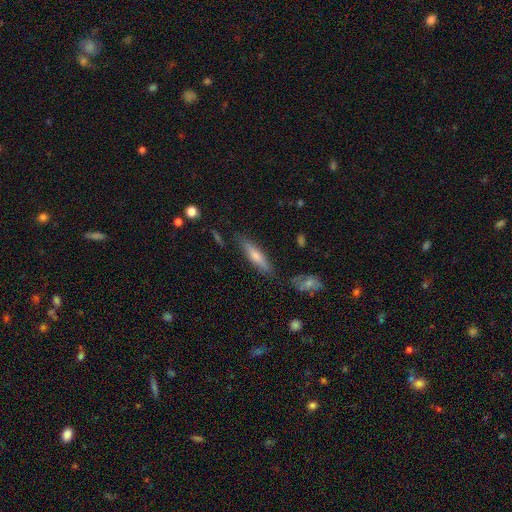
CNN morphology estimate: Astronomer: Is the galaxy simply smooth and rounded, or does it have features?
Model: smooth — 54% (runner-up: featured or disk, 38%).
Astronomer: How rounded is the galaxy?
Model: cigar-shaped — 79%.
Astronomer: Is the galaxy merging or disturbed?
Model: none — 78%.